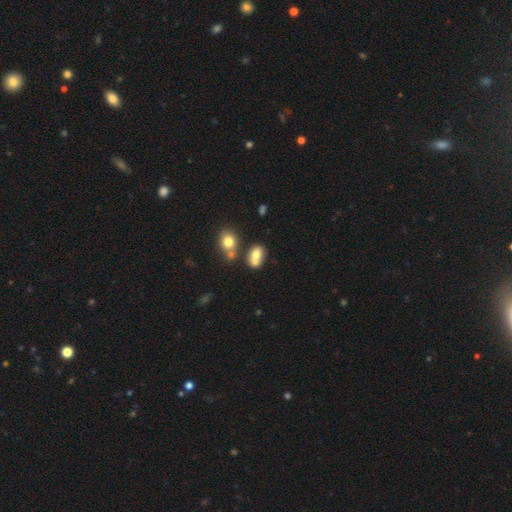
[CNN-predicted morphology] smooth_or_featured: smooth (p=0.71) [alt: featured or disk p=0.18]
how_rounded: in between (p=0.73) [alt: round p=0.26]
merging: merger (p=0.45) [alt: none p=0.37]